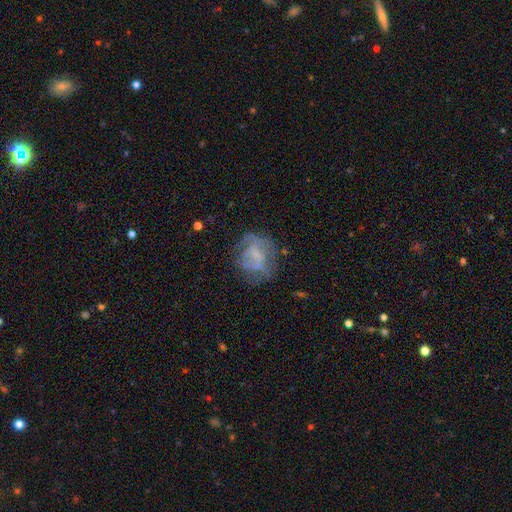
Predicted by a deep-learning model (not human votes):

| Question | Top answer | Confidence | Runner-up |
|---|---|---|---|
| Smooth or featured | featured or disk | 57% | smooth (31%) |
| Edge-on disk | no | 97% | yes (3%) |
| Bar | no | 62% | weak (30%) |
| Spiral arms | no | 60% | yes (40%) |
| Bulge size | small | 41% | none (40%) |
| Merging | none | 52% | major disturbance (23%) |